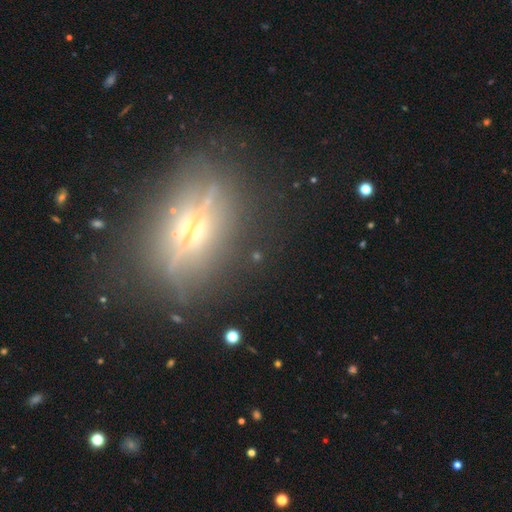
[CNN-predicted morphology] featured or disk 67%, star or artifact 18%, smooth 15%. Down the decision tree: edge-on disk — yes (76%); edge-on bulge — rounded (85%); merging — none (75%).